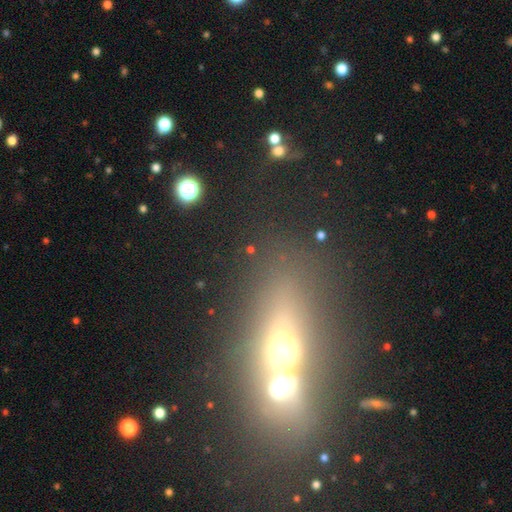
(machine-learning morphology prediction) This is marginally a smooth galaxy (40%). Merging: possibly merger (48%).